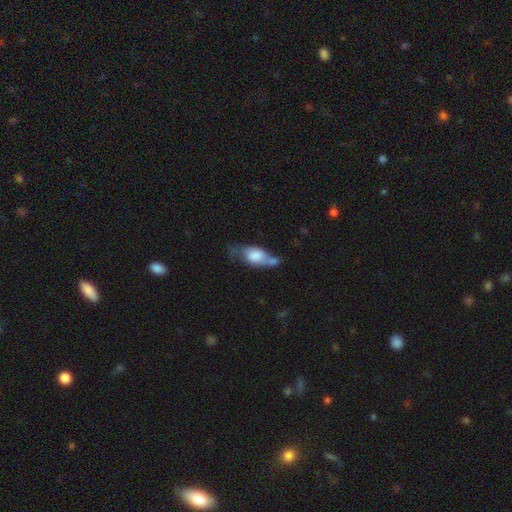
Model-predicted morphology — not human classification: Q: Smooth or featured?
A: smooth (58%); runner-up: featured or disk (34%)
Q: How rounded?
A: in between (80%); runner-up: cigar-shaped (10%)
Q: Merging?
A: merger (32%); runner-up: none (27%)